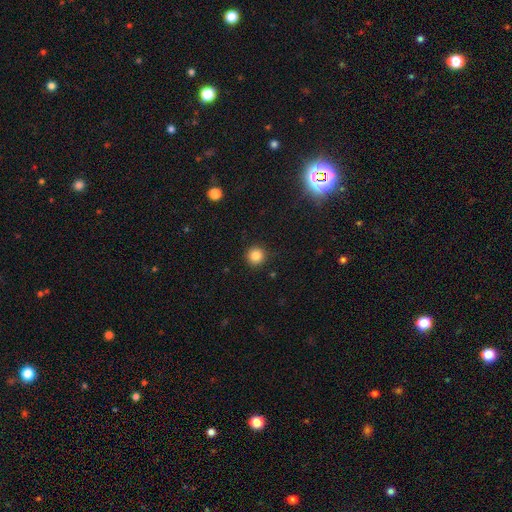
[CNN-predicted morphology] This appears to be a smooth galaxy with no disk features (85%) that is round (95%). Merging: none (91%).